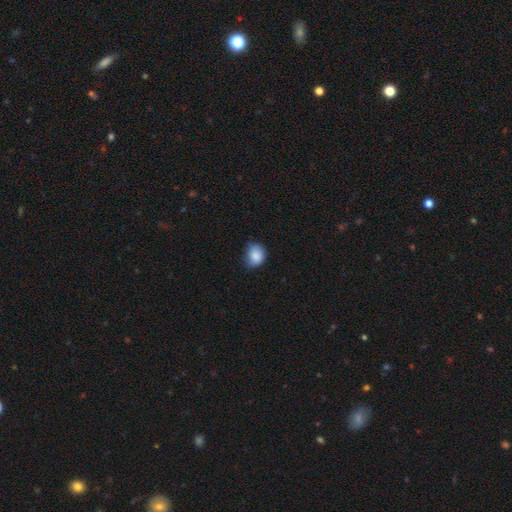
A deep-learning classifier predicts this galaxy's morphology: This appears to be a smooth galaxy with no disk features (86%) that is round (54%). Merging: none (58%).